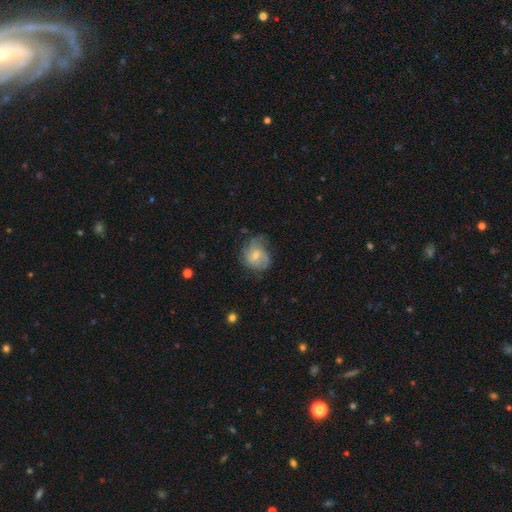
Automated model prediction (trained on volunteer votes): A featured or disk galaxy (58%) with no bar (51%), spiral arms (83%) and a small central bulge (52%).

Vote fractions:
- Smooth or featured? featured or disk: 58% / smooth: 34% / star or artifact: 8%
- Edge-on disk? no: 98% / yes: 2%
- Bar? no: 51% / weak: 43% / strong: 6%
- Spiral arms? yes: 83% / no: 17%
- Bulge size? small: 52% / moderate: 40% / none: 6% / large: 2% / dominant: 1%
- Merging? none: 52% / minor disturbance: 29% / major disturbance: 17% / merger: 2%